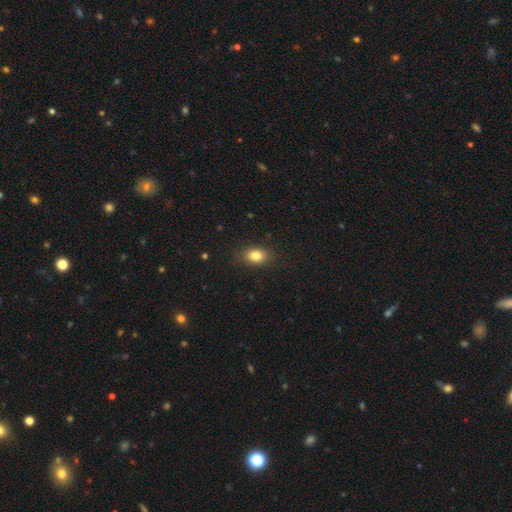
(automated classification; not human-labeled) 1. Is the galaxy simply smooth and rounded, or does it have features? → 83% smooth, 10% star or artifact, 7% featured or disk.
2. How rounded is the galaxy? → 72% in between, 27% round, 2% cigar-shaped.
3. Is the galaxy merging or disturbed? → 86% none, 10% minor disturbance, 3% major disturbance, 1% merger.